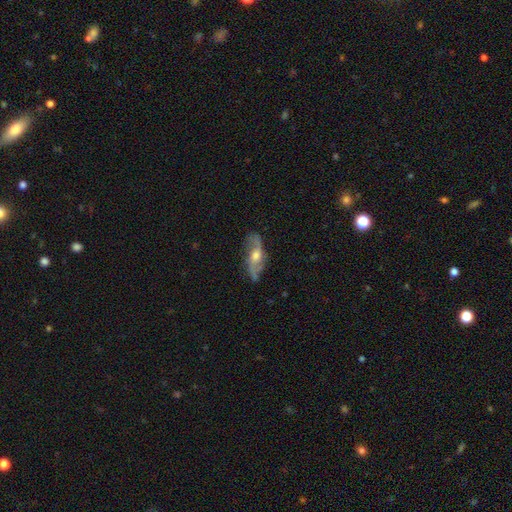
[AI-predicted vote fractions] Smooth or featured? featured or disk (76%)
Edge-on disk? no (81%)
Bar? no (60%)
Spiral arms? yes (90%)
Spiral winding? loose (59%)
Spiral arm count? 2 (86%)
Bulge size? moderate (68%)
Merging? none (77%)